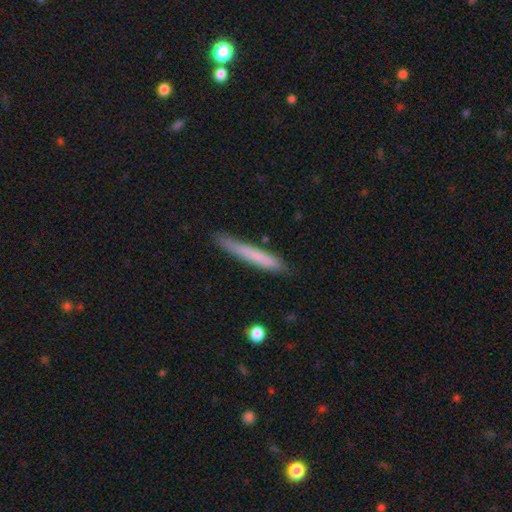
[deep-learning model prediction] This is likely a smooth galaxy (69%). How rounded: clearly cigar-shaped (96%). Merging: likely none (80%).